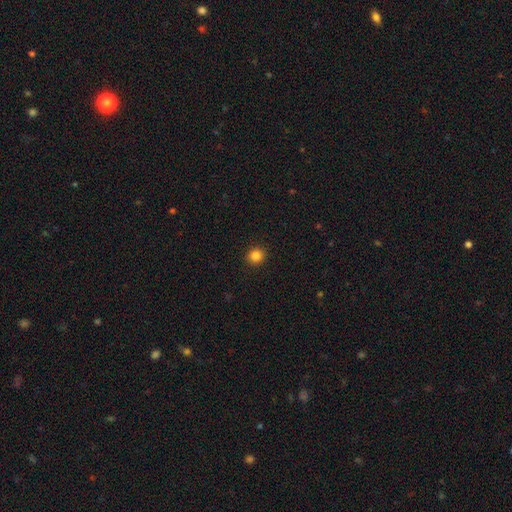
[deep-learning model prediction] Smooth or featured? Predicted: smooth (p=0.85). How rounded? Predicted: round (p=0.90). Merging? Predicted: none (p=0.92).